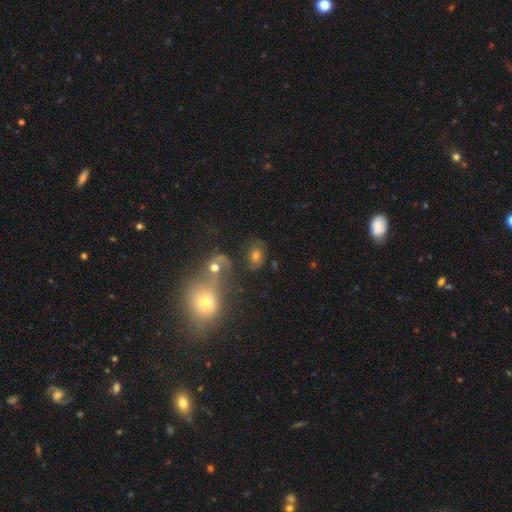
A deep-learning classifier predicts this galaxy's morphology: Smooth or featured?
  - smooth: 57% *
  - featured or disk: 27%
  - star or artifact: 17%
How rounded?
  - in between: 59% *
  - round: 40%
  - cigar-shaped: 2%
Merging?
  - none: 53% *
  - merger: 21%
  - minor disturbance: 15%
  - major disturbance: 11%